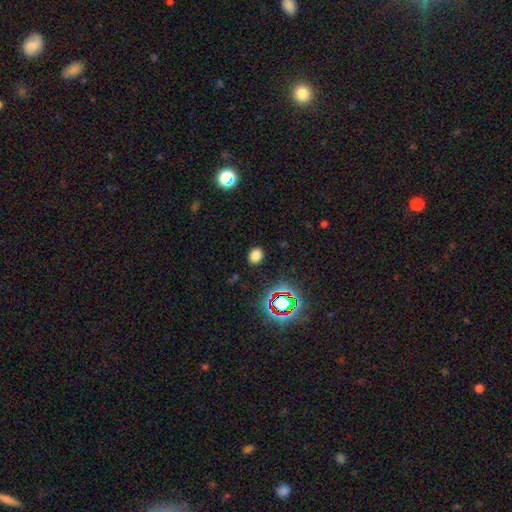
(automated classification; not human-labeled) Q: Smooth or featured?
A: smooth (76%); runner-up: star or artifact (19%)
Q: How rounded?
A: round (61%); runner-up: in between (38%)
Q: Merging?
A: none (89%); runner-up: minor disturbance (7%)